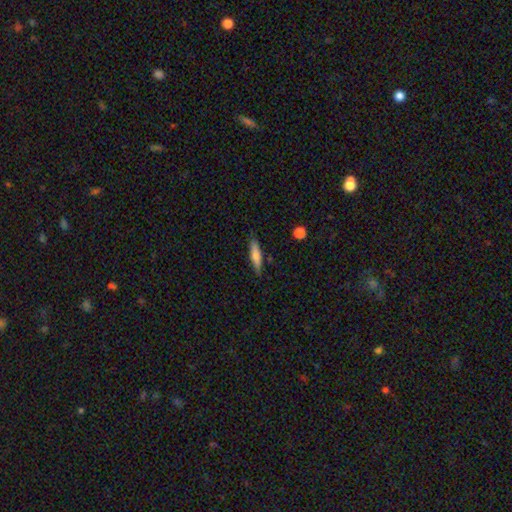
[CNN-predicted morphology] Smooth or featured? Predicted: smooth (p=0.69). How rounded? Predicted: cigar-shaped (p=0.80). Merging? Predicted: none (p=0.85).